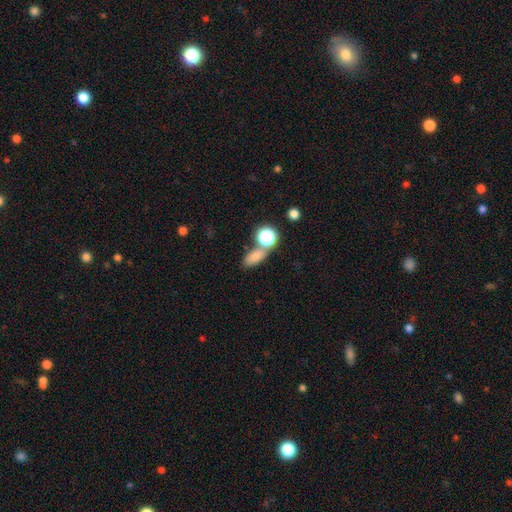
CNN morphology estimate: smooth-or-featured: smooth: 75% | star or artifact: 17% | featured or disk: 8%
  how-rounded: in between: 76% | round: 17% | cigar-shaped: 7%
  merging: none: 59% | merger: 25% | minor disturbance: 11% | major disturbance: 5%